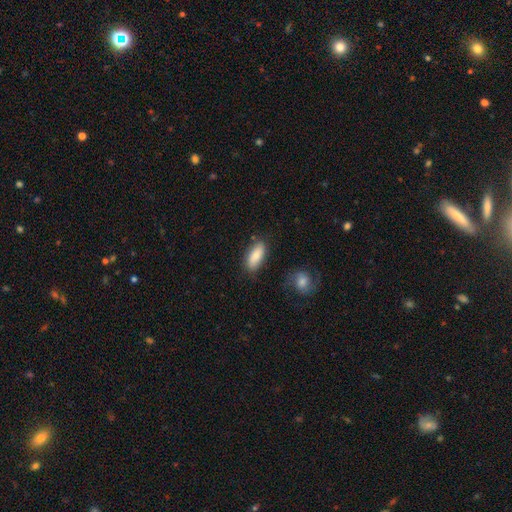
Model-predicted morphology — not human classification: A smooth galaxy with no disk features (82%) that is in between round and cigar-shaped (83%). Merging: none (79%).